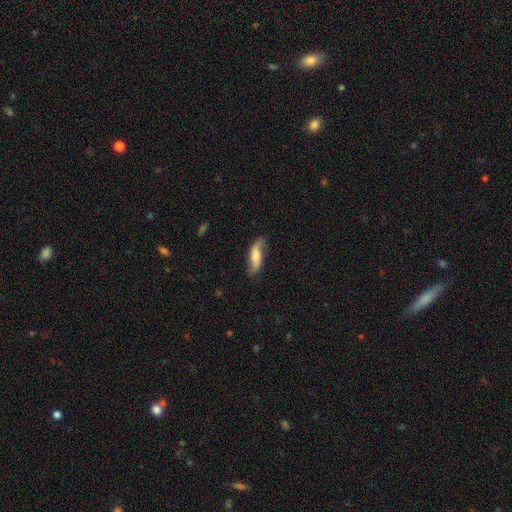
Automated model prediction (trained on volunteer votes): Smooth or featured?
  - featured or disk: 61% *
  - smooth: 32%
  - star or artifact: 7%
Edge-on disk?
  - no: 78% *
  - yes: 22%
Merging?
  - none: 75% *
  - minor disturbance: 18%
  - major disturbance: 5%
  - merger: 2%